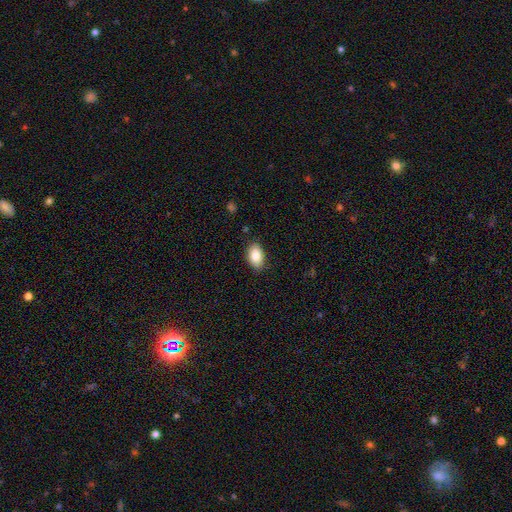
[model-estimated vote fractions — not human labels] Q: Smooth or featured?
A: smooth (86%); runner-up: featured or disk (7%)
Q: How rounded?
A: in between (91%); runner-up: round (8%)
Q: Merging?
A: none (85%); runner-up: minor disturbance (11%)